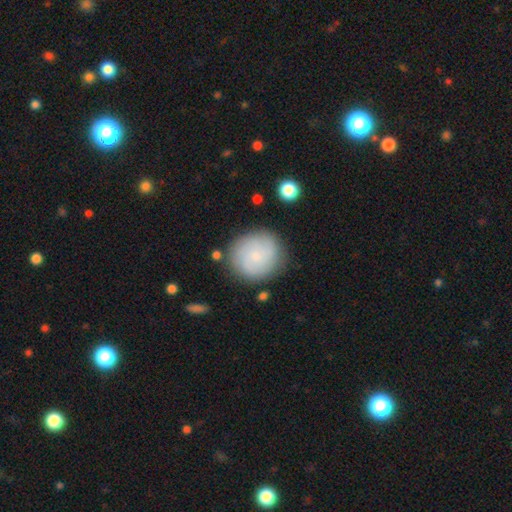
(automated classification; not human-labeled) Overall: smooth (53%; featured or disk 39%). How rounded: round (89%). Merging: none (81%).